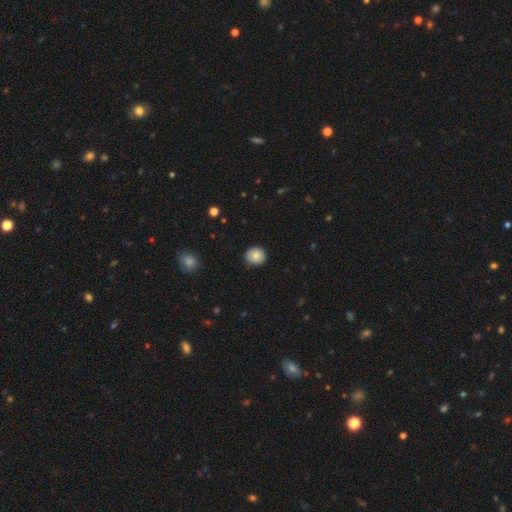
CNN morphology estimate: Smooth or featured: smooth — 84% (star or artifact — 8%)
How rounded: round — 86% (in between — 14%)
Merging: none — 90% (minor disturbance — 7%)